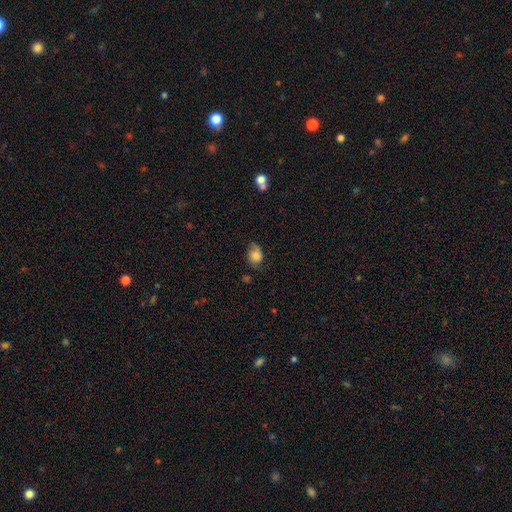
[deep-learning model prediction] This is likely a smooth galaxy (67%). How rounded: likely in between (63%). Merging: possibly none (55%).